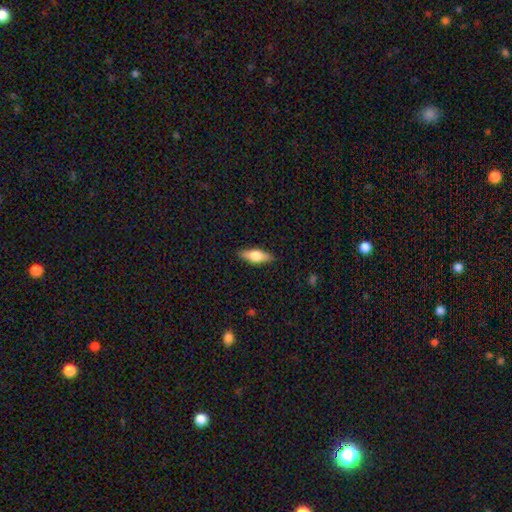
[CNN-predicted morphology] Smooth or featured? Predicted: smooth (p=0.55). How rounded? Predicted: in between (p=0.57). Merging? Predicted: none (p=0.88).